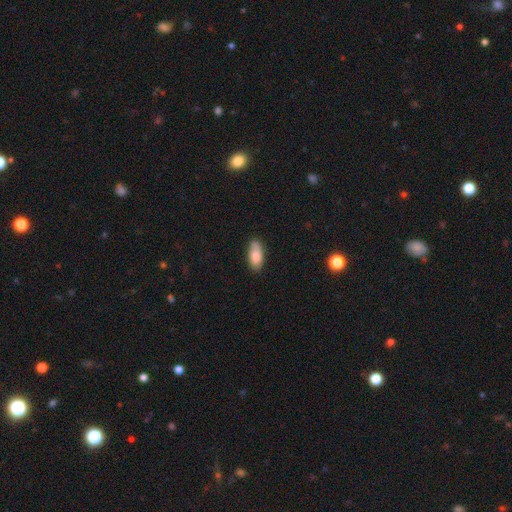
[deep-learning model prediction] This is clearly a smooth galaxy (84%). How rounded: clearly in between (86%). Merging: likely none (78%).